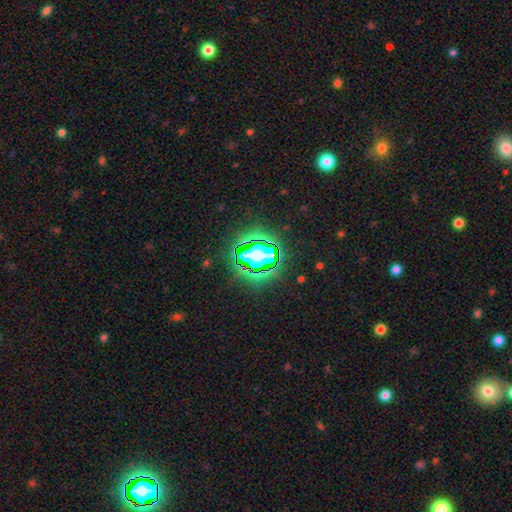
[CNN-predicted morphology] star or artifact 79%, smooth 13%, featured or disk 8%.